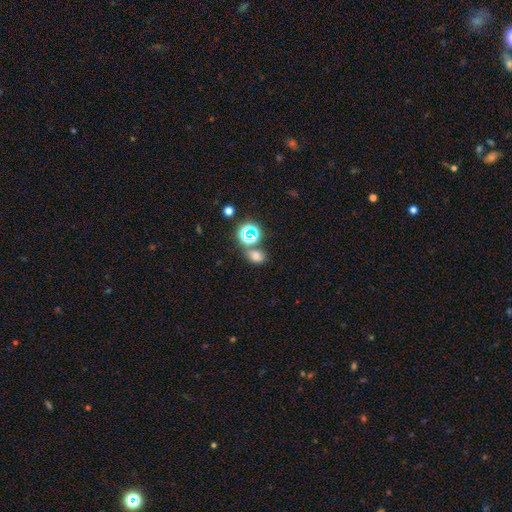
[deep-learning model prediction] Smooth or featured: smooth — 64% (star or artifact — 28%)
How rounded: in between — 60% (round — 38%)
Merging: none — 67% (merger — 17%)